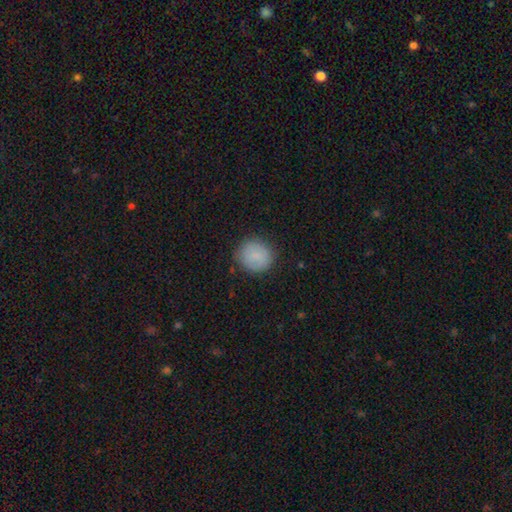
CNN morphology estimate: Smooth or featured?
  - smooth: 86% *
  - star or artifact: 8%
  - featured or disk: 6%
How rounded?
  - round: 87% *
  - in between: 12%
  - cigar-shaped: 1%
Merging?
  - none: 84% *
  - minor disturbance: 12%
  - major disturbance: 3%
  - merger: 1%